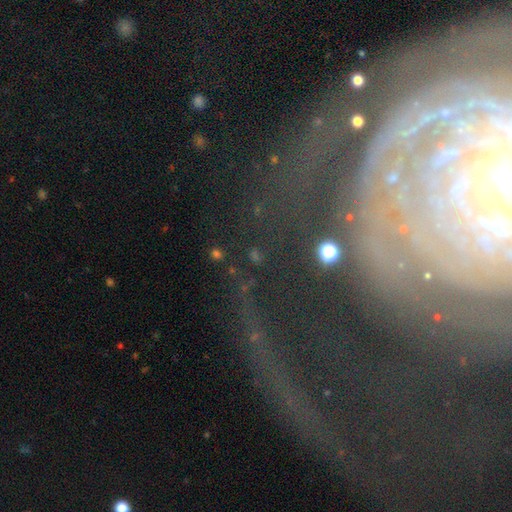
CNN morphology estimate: Smooth or featured: featured or disk — 46% (star or artifact — 34%)
Merging: none — 62% (major disturbance — 16%)